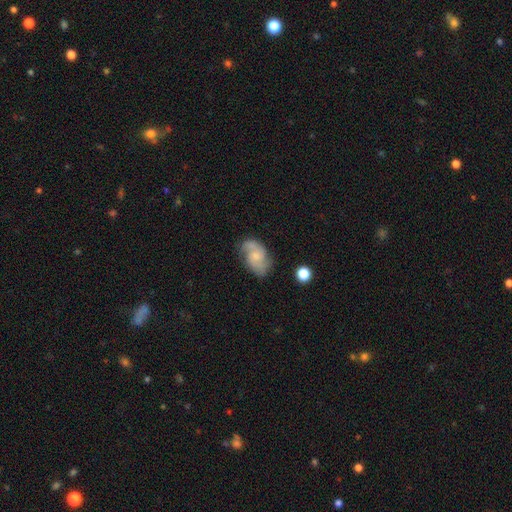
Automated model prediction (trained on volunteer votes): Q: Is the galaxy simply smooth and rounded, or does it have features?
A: featured or disk — 66%.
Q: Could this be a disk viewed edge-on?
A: no — 97%.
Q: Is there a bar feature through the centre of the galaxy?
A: no — 65%.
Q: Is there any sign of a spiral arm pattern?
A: yes — 92%.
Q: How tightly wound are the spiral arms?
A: medium — 46%.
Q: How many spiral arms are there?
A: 2 — 75%.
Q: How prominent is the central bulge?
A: small — 51%.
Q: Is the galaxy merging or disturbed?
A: none — 67%.